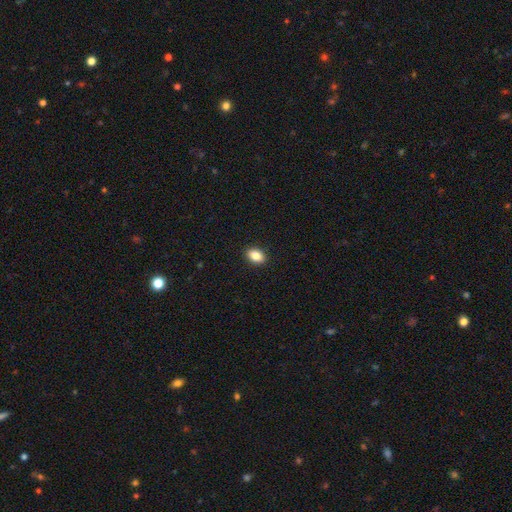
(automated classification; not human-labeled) smooth_or_featured: smooth (p=0.85) [alt: star or artifact p=0.08]
how_rounded: in between (p=0.84) [alt: round p=0.14]
merging: none (p=0.91) [alt: minor disturbance p=0.07]